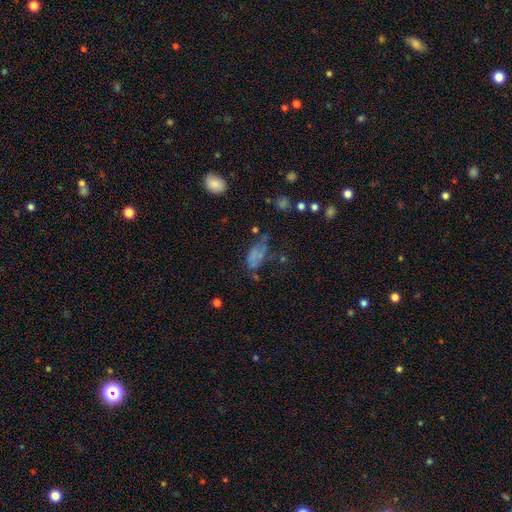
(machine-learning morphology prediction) The model was most divided on "merging": none: 33%, minor disturbance: 30%, major disturbance: 28%, merger: 8%. More confident: how rounded — in between (84%); smooth or featured — smooth (61%).